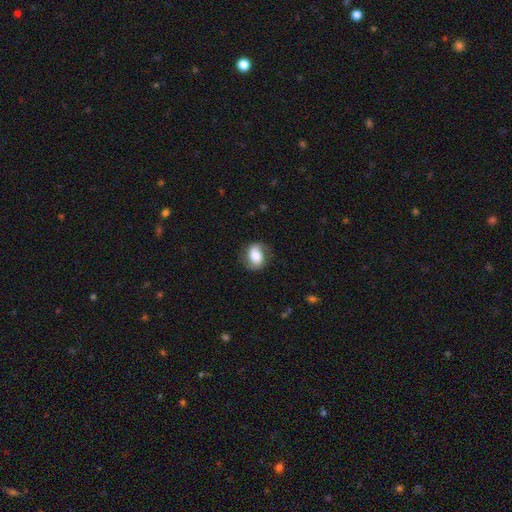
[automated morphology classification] Smooth or featured? Predicted: smooth (p=0.56). How rounded? Predicted: in between (p=0.65). Merging? Predicted: none (p=0.77).